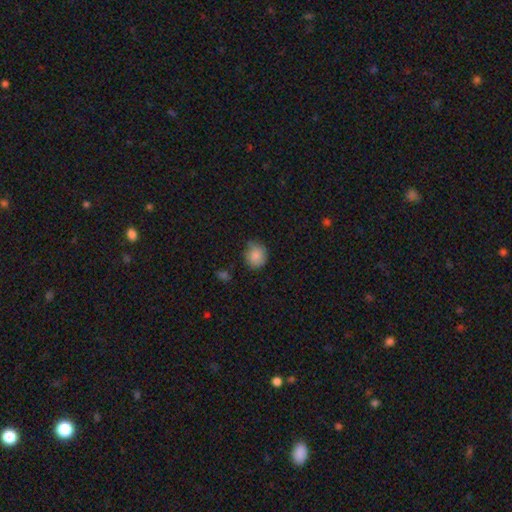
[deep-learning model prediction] A smooth galaxy with no disk features (84%) that is round (81%). Merging: none (66%).